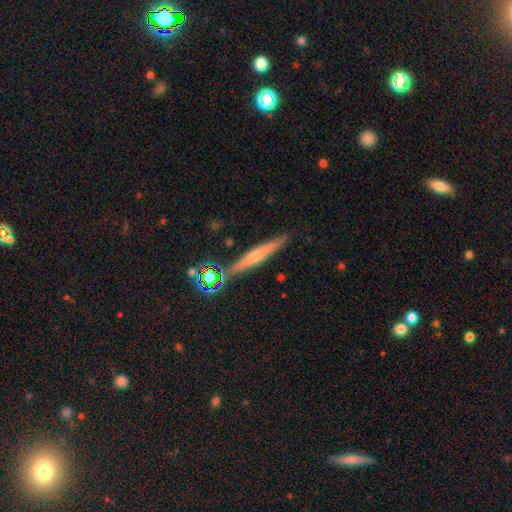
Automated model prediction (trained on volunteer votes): A featured or disk galaxy (47%).

Vote fractions:
- Smooth or featured? featured or disk: 47% / smooth: 42% / star or artifact: 11%
- Merging? none: 82% / minor disturbance: 10% / merger: 5% / major disturbance: 3%